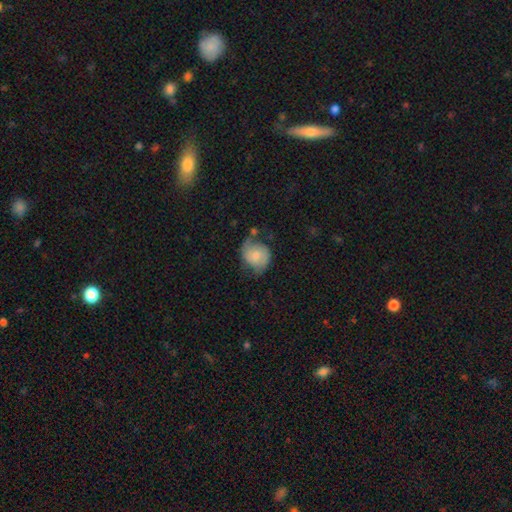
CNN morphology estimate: smooth-or-featured: smooth: 54% | featured or disk: 39% | star or artifact: 7%
  how-rounded: round: 66% | in between: 33% | cigar-shaped: 1%
  merging: none: 46% | minor disturbance: 33% | major disturbance: 15% | merger: 6%